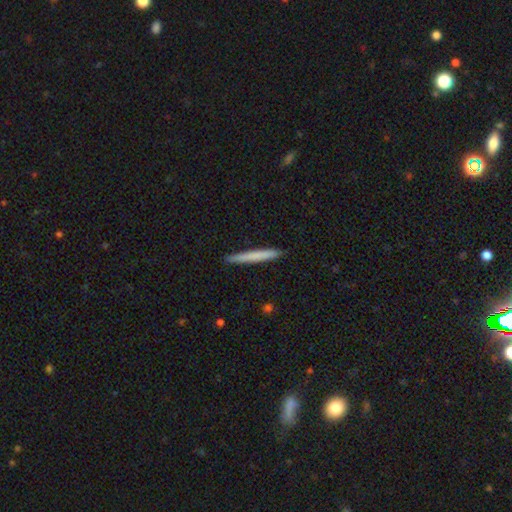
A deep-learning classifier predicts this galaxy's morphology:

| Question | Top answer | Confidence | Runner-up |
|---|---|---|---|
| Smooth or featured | smooth | 69% | featured or disk (26%) |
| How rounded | cigar-shaped | 97% | in between (2%) |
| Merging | none | 91% | minor disturbance (6%) |